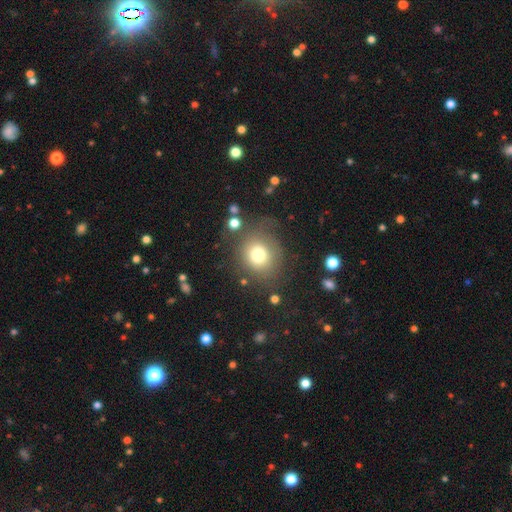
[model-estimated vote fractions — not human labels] smooth-or-featured: smooth: 53% | star or artifact: 35% | featured or disk: 12%
  how-rounded: round: 87% | in between: 12% | cigar-shaped: 1%
  merging: none: 83% | minor disturbance: 8% | merger: 4% | major disturbance: 4%